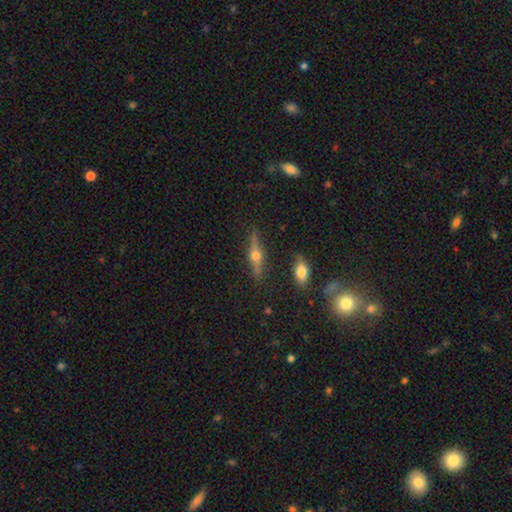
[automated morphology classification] smooth_or_featured: featured or disk (p=0.71) [alt: smooth p=0.20]
disk_edge_on: yes (p=0.96) [alt: no p=0.04]
edge_on_bulge: rounded (p=0.96) [alt: boxy p=0.02]
merging: none (p=0.88) [alt: minor disturbance p=0.09]